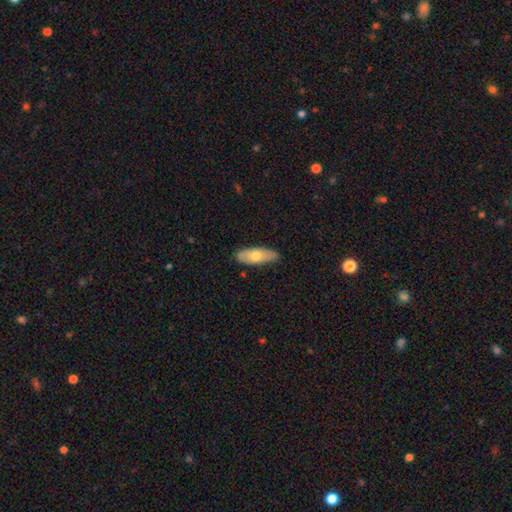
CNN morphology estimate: type=smooth (66%); roundness=in between (69%); merging=none (82%).